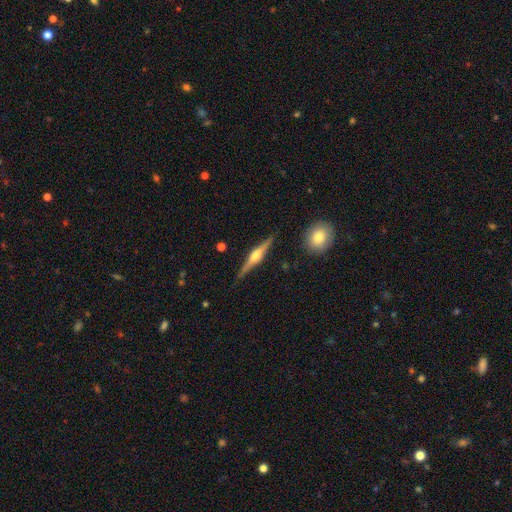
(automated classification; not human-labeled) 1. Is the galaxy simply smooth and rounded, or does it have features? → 77% featured or disk, 18% smooth, 5% star or artifact.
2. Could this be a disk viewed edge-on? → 98% yes, 2% no.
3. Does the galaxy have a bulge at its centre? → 90% rounded, 7% boxy, 3% none.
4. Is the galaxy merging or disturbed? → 88% none, 9% minor disturbance, 2% major disturbance, 2% merger.